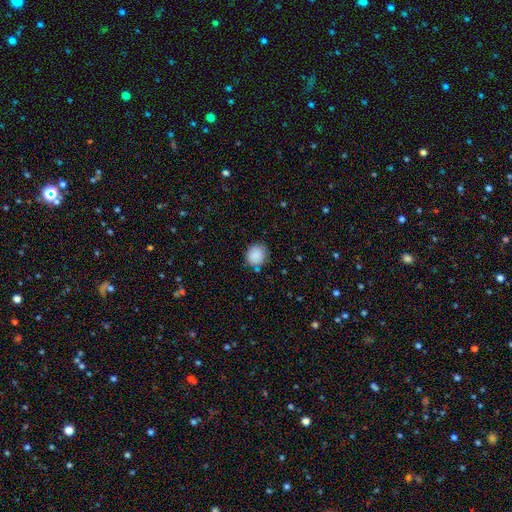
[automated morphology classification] type=smooth (88%); roundness=round (74%); merging=none (80%).